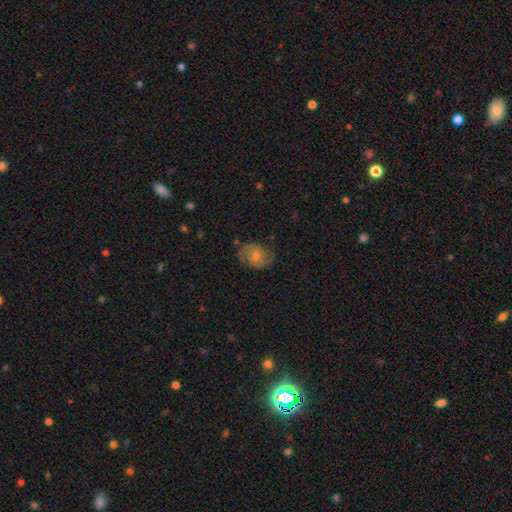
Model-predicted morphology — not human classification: Smooth or featured?
  - smooth: 45% *
  - featured or disk: 43%
  - star or artifact: 12%
Merging?
  - none: 74% *
  - minor disturbance: 19%
  - major disturbance: 6%
  - merger: 1%